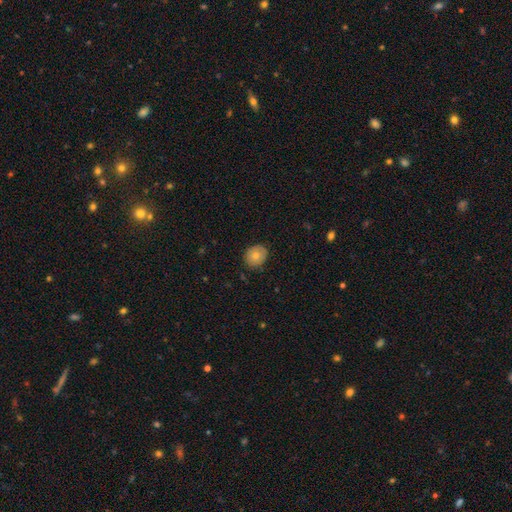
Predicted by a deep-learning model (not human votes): This is likely a smooth galaxy (75%). How rounded: likely round (72%). Merging: clearly none (83%).